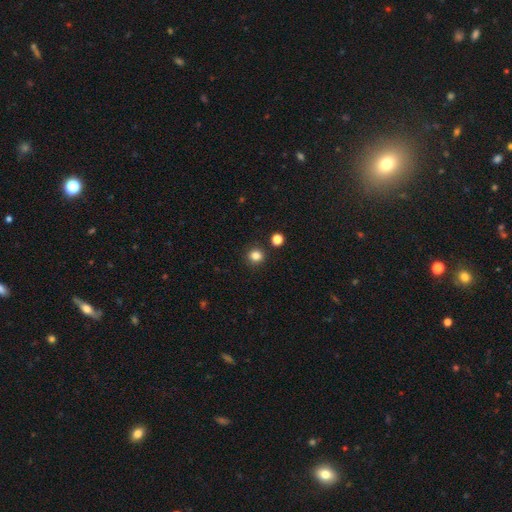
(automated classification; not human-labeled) This is clearly a smooth galaxy (84%). How rounded: clearly round (90%). Merging: clearly none (90%).